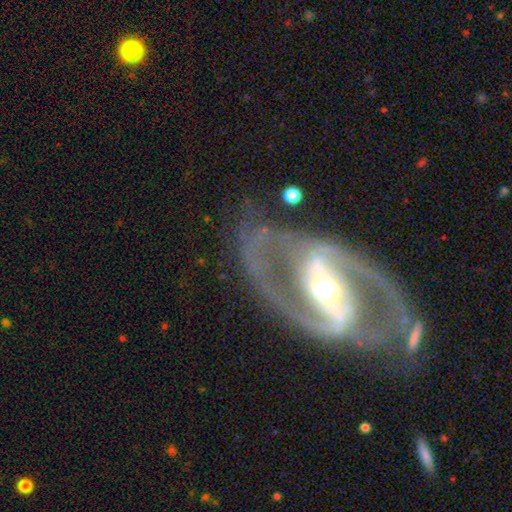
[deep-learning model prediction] A featured or disk galaxy (91%) with a strong bar (61%), 2 (92%) medium (58%) spiral arms (96%) and a moderate central bulge (66%).

Vote fractions:
- Smooth or featured? featured or disk: 91% / star or artifact: 5% / smooth: 4%
- Edge-on disk? no: 97% / yes: 3%
- Bar? strong: 61% / weak: 26% / no: 13%
- Spiral arms? yes: 96% / no: 4%
- Spiral winding? medium: 58% / tight: 24% / loose: 18%
- Spiral arm count? 2: 92% / can't tell: 2% / 3: 2% / 1: 1% / 4: 1% / more than 4: 1%
- Bulge size? moderate: 66% / small: 18% / large: 13% / dominant: 2% / none: 1%
- Merging? none: 70% / minor disturbance: 15% / major disturbance: 11% / merger: 4%